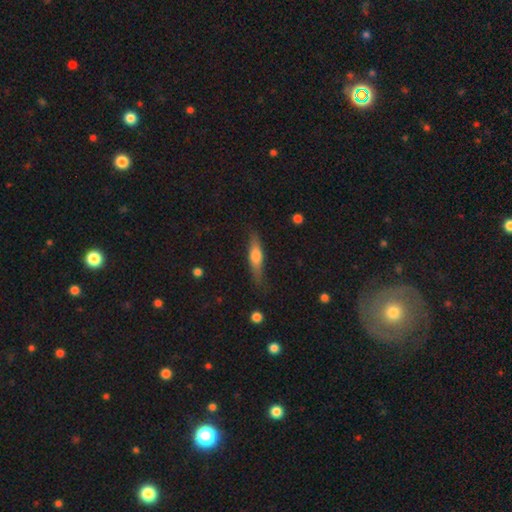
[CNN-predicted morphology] smooth-or-featured: smooth: 58% | featured or disk: 36% | star or artifact: 6%
  how-rounded: cigar-shaped: 68% | in between: 29% | round: 3%
  merging: none: 73% | minor disturbance: 20% | major disturbance: 6% | merger: 2%